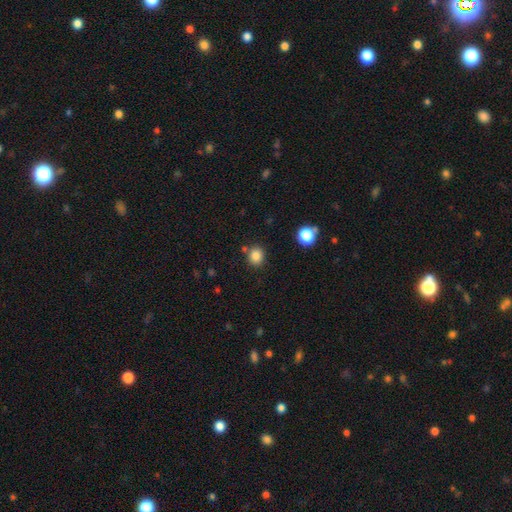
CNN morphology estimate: smooth 84%, star or artifact 12%, featured or disk 5%. Down the decision tree: how rounded — round (77%); merging — none (81%).